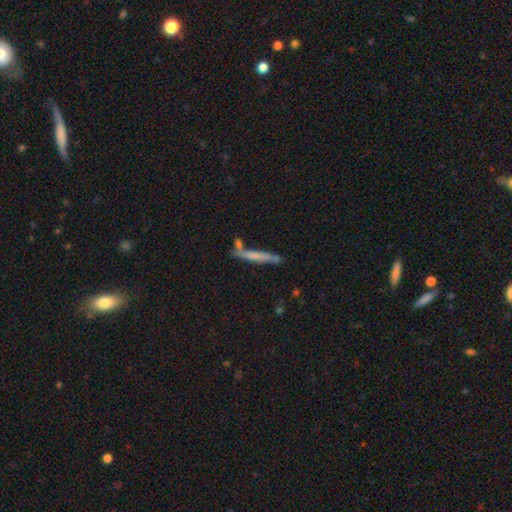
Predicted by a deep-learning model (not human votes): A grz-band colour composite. It shows a smooth galaxy with no disk features (55%) that is cigar-shaped (94%). Merging: none (69%).